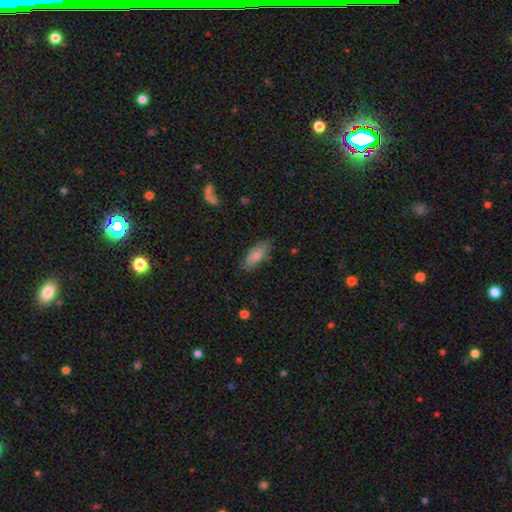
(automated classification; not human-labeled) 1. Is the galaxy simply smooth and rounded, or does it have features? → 82% smooth, 11% featured or disk, 7% star or artifact.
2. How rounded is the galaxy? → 72% in between, 26% cigar-shaped, 2% round.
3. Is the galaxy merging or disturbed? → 75% none, 19% minor disturbance, 4% major disturbance, 2% merger.